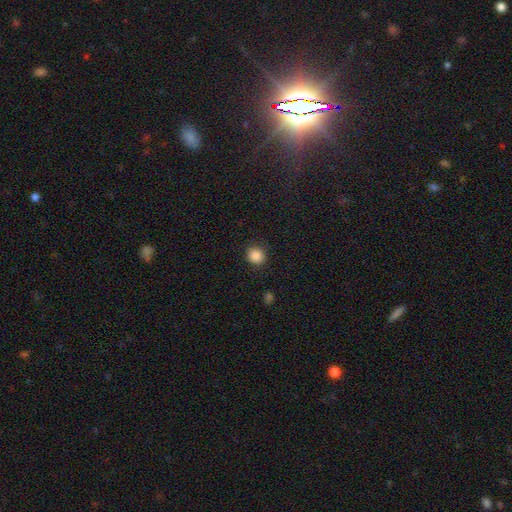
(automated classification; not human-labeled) This is clearly a smooth galaxy (87%). How rounded: clearly round (84%). Merging: clearly none (88%).